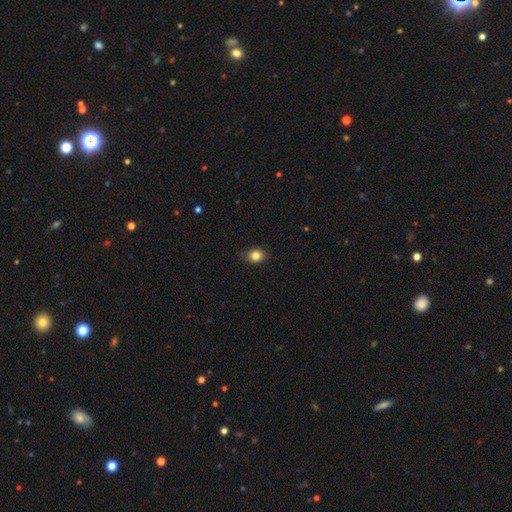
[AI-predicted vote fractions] The model was most divided on "how rounded": round: 52%, in between: 47%, cigar-shaped: 1%. More confident: smooth or featured — smooth (84%); merging — none (83%).